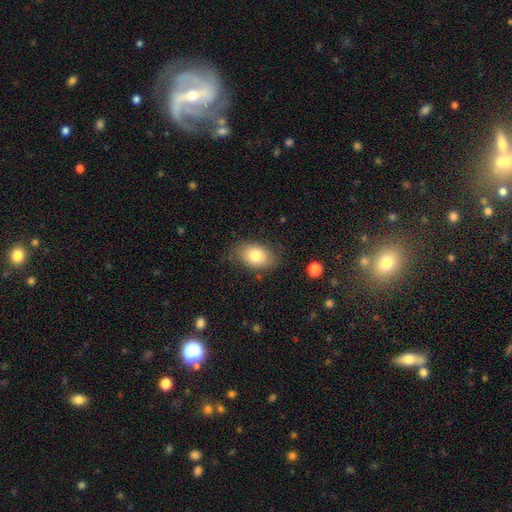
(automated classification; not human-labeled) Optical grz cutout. It shows a smooth galaxy with no disk features (79%) that is in between round and cigar-shaped (83%). Merging: none (76%).